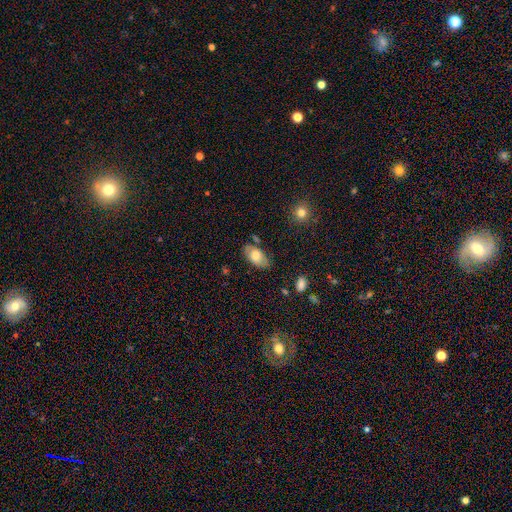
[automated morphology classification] Q: Smooth or featured?
A: smooth (70%); runner-up: featured or disk (23%)
Q: How rounded?
A: in between (94%); runner-up: round (4%)
Q: Merging?
A: none (72%); runner-up: minor disturbance (20%)